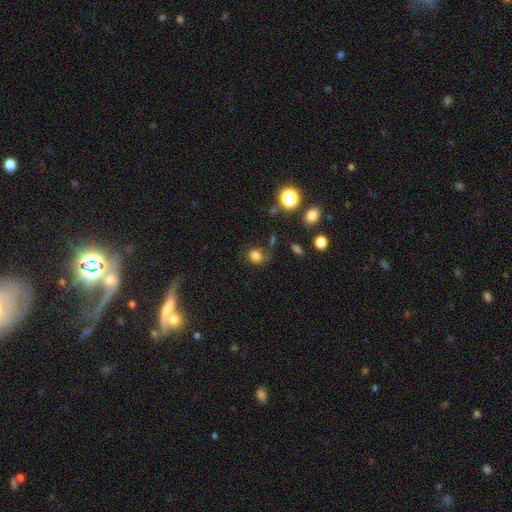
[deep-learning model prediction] Smooth or featured? smooth (77%)
How rounded? round (58%)
Merging? none (59%)